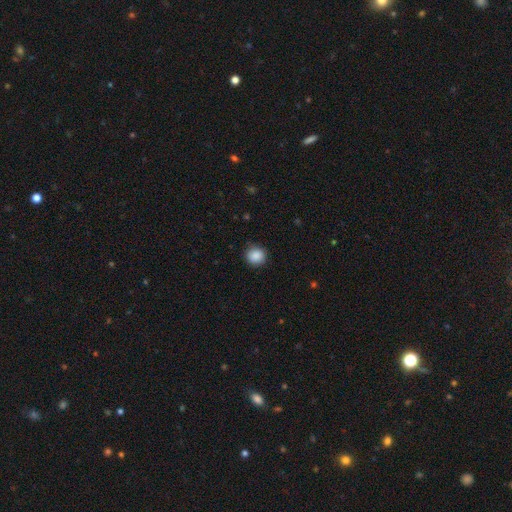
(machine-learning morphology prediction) Q: Smooth or featured?
A: smooth (88%); runner-up: star or artifact (9%)
Q: How rounded?
A: round (88%); runner-up: in between (11%)
Q: Merging?
A: none (85%); runner-up: minor disturbance (12%)